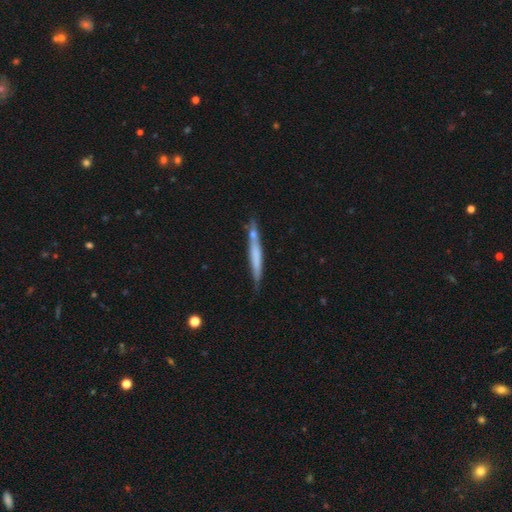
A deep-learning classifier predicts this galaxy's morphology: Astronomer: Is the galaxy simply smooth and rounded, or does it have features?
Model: smooth — 51% (runner-up: featured or disk, 43%).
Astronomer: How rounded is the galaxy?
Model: cigar-shaped — 95%.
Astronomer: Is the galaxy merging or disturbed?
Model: none — 73%.